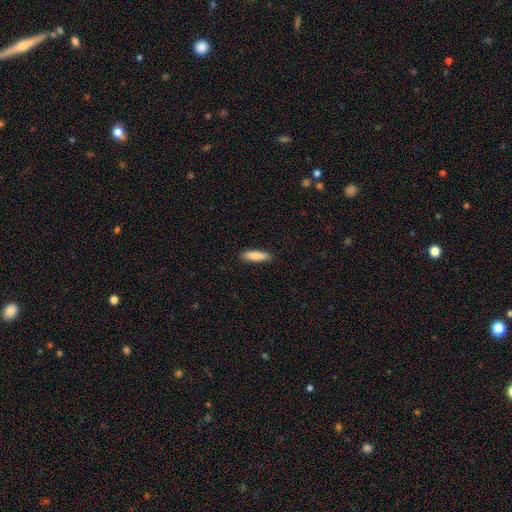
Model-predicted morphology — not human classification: This is clearly a smooth galaxy (86%). How rounded: likely cigar-shaped (64%). Merging: clearly none (89%).